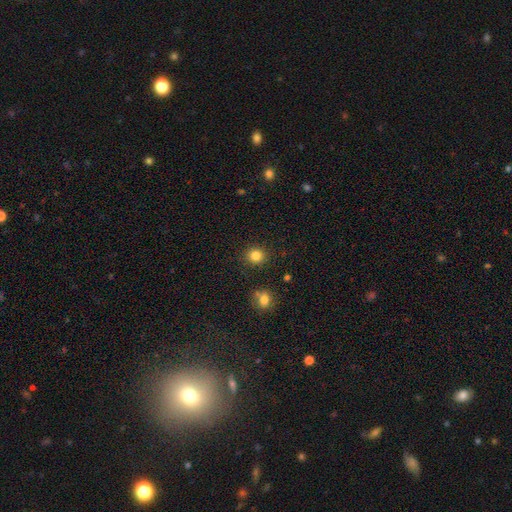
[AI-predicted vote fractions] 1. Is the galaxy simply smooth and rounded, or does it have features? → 83% smooth, 12% star or artifact, 5% featured or disk.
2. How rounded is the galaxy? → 86% round, 13% in between, 1% cigar-shaped.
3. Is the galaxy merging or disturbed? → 89% none, 7% minor disturbance, 2% merger, 2% major disturbance.